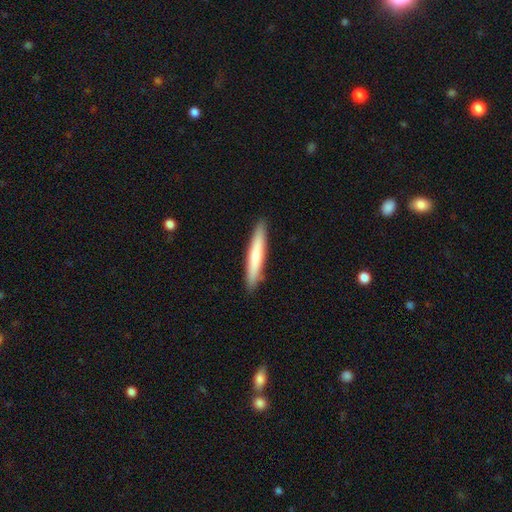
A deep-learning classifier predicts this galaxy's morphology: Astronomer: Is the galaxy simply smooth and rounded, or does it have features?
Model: smooth — 71%.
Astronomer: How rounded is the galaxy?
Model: cigar-shaped — 94%.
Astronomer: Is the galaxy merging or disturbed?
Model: none — 91%.